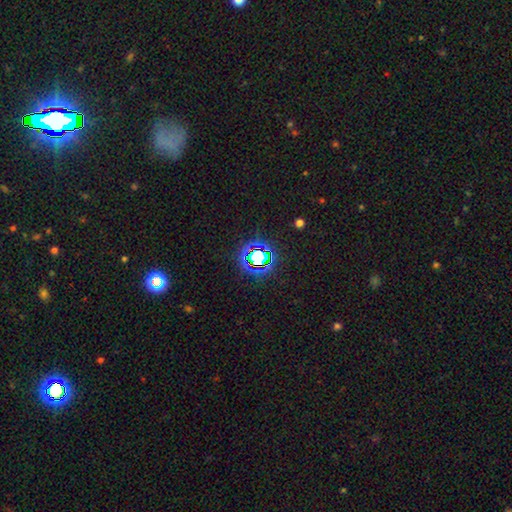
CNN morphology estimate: The model was most divided on "smooth or featured": star or artifact: 68%, smooth: 21%, featured or disk: 11%.